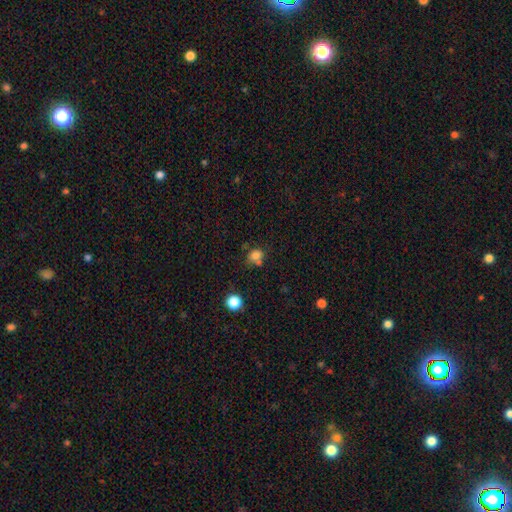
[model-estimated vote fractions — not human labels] A smooth galaxy with no disk features (77%) that is round (59%).

Vote fractions:
- Smooth or featured? smooth: 77% / star or artifact: 15% / featured or disk: 8%
- How rounded? round: 59% / in between: 40% / cigar-shaped: 1%
- Merging? none: 55% / merger: 20% / minor disturbance: 18% / major disturbance: 7%